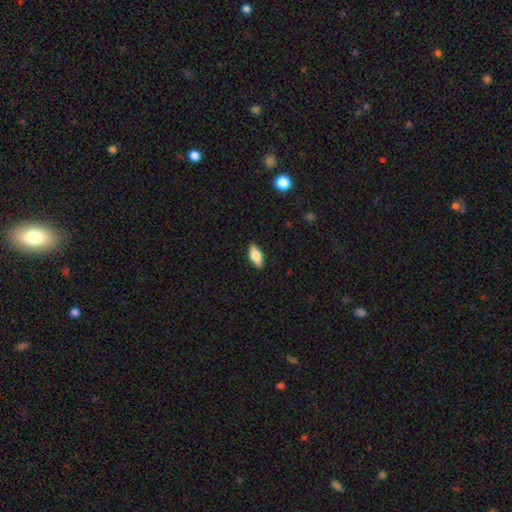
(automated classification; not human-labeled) This is likely a smooth galaxy (72%). How rounded: clearly in between (84%). Merging: clearly none (86%).